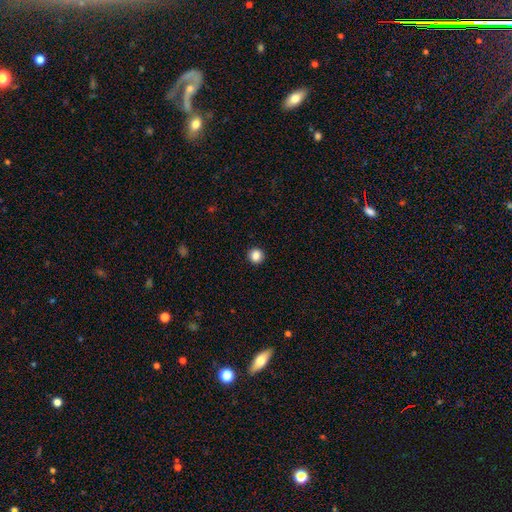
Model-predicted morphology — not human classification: type=smooth (86%); roundness=round (94%); merging=none (94%).